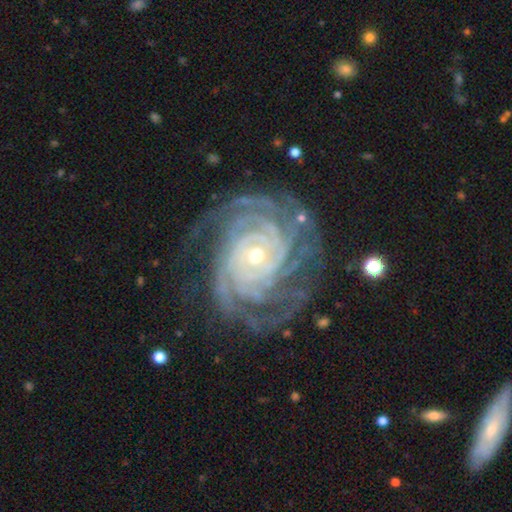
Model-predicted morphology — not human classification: A featured or disk galaxy (93%) with no bar (72%), 4 (26%) tight (82%) spiral arms (98%) and a small central bulge (54%). Merging: none (74%).